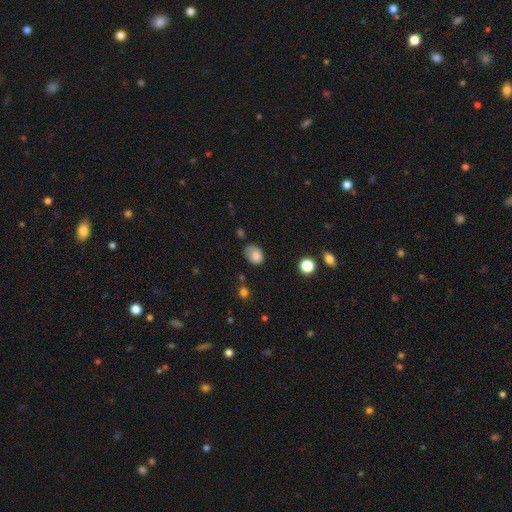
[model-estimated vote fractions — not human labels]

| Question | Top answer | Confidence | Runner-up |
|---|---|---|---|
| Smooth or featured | smooth | 79% | featured or disk (11%) |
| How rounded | in between | 52% | round (47%) |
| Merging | none | 46% | minor disturbance (34%) |